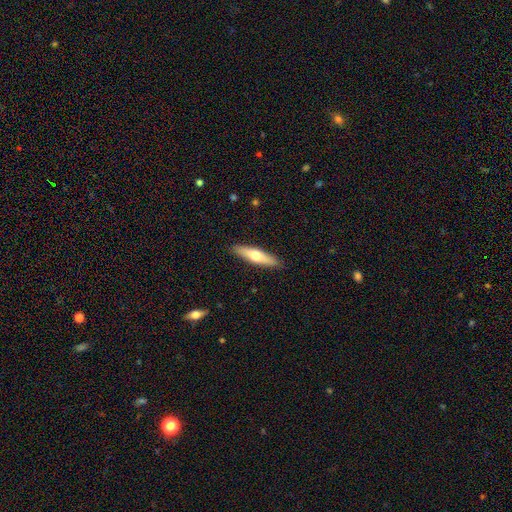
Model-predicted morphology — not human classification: smooth-or-featured: smooth: 57% | featured or disk: 38% | star or artifact: 5%
  how-rounded: cigar-shaped: 74% | in between: 24% | round: 2%
  merging: none: 89% | minor disturbance: 8% | major disturbance: 2% | merger: 1%